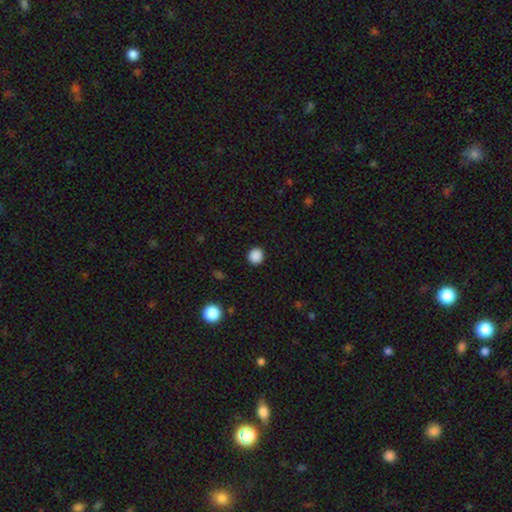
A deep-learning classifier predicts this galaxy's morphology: The model was most divided on "smooth or featured": smooth: 87%, star or artifact: 10%, featured or disk: 2%. More confident: merging — none (92%); how rounded — round (91%).